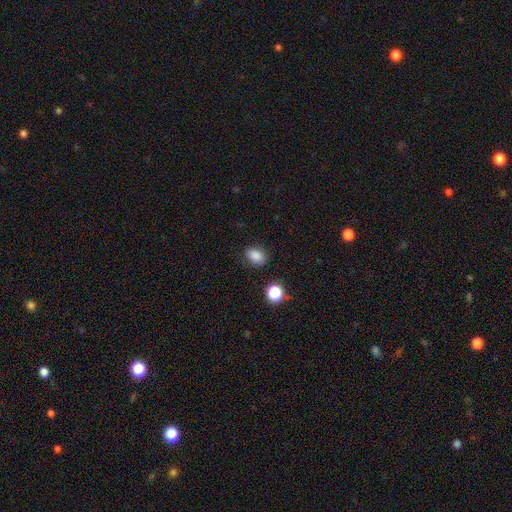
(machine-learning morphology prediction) A smooth galaxy with no disk features (84%) that is in between round and cigar-shaped (72%). Merging: none (83%).